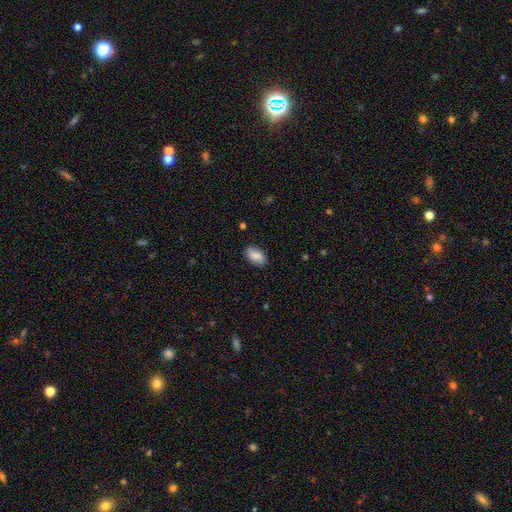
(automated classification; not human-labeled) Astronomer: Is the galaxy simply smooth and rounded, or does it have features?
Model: smooth — 84%.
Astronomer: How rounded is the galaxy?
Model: in between — 93%.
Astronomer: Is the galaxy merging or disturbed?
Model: none — 84%.